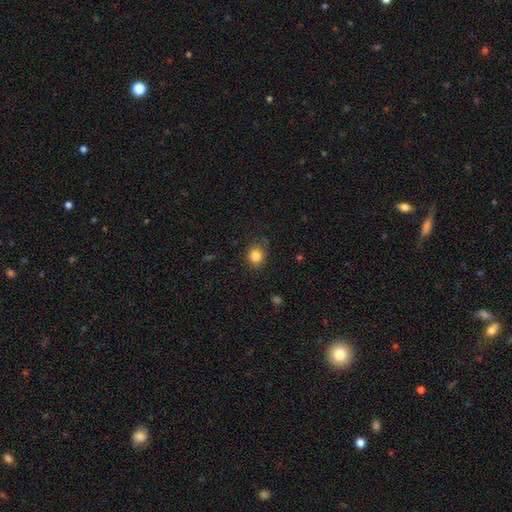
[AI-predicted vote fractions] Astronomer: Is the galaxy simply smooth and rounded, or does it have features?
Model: smooth — 84%.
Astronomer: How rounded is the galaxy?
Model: round — 77%.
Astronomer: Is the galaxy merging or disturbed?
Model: none — 82%.